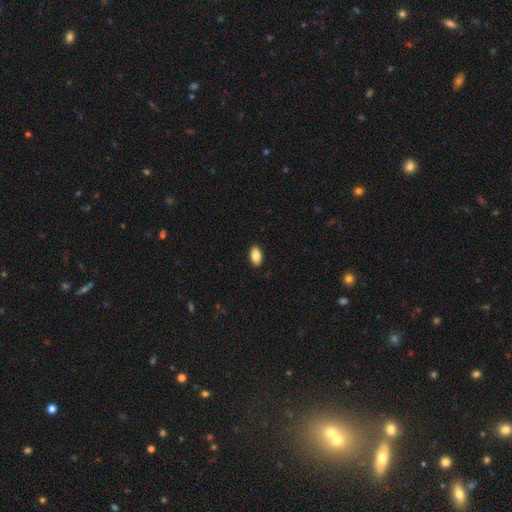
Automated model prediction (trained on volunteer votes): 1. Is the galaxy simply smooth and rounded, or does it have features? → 85% smooth, 8% featured or disk, 7% star or artifact.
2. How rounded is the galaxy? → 93% in between, 5% round, 2% cigar-shaped.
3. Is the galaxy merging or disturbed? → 90% none, 7% minor disturbance, 2% major disturbance, 1% merger.